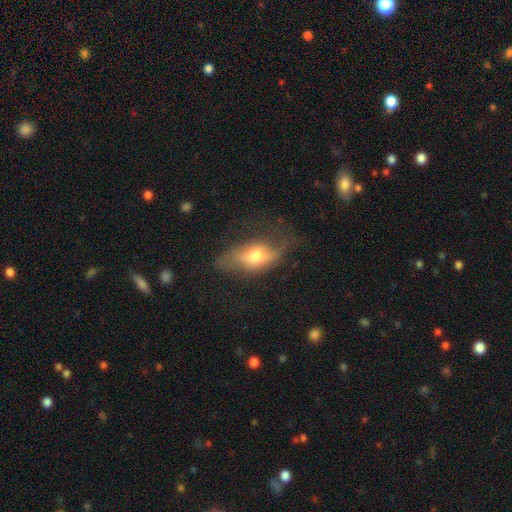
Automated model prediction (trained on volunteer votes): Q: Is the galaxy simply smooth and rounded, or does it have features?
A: featured or disk — 46%.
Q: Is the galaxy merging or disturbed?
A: none — 46%.